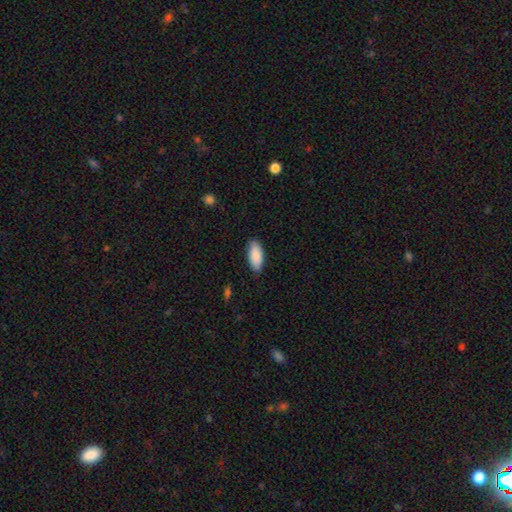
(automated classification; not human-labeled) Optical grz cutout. It shows a smooth galaxy with no disk features (89%) that is in between round and cigar-shaped (87%). Merging: none (85%).